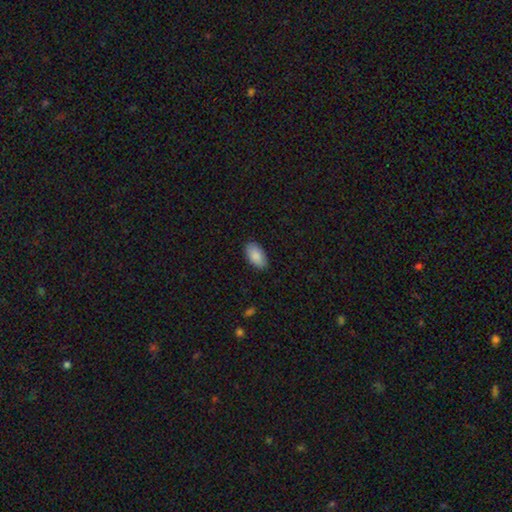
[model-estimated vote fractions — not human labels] Smooth or featured: smooth — 89% (star or artifact — 6%)
How rounded: in between — 95% (round — 3%)
Merging: none — 87% (minor disturbance — 10%)